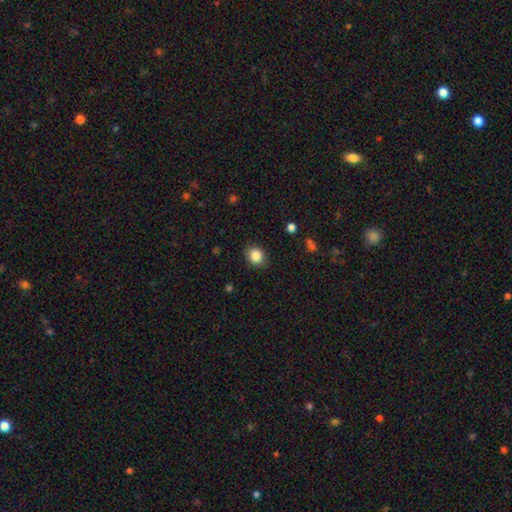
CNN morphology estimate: Smooth or featured? Predicted: smooth (p=0.86). How rounded? Predicted: round (p=0.70). Merging? Predicted: none (p=0.89).